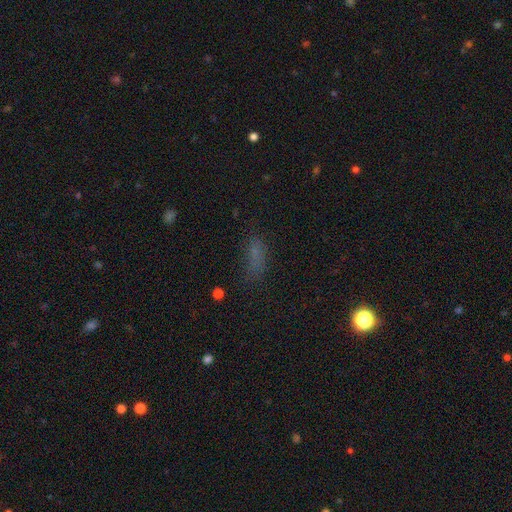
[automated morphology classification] Smooth or featured? Predicted: smooth (p=0.65). How rounded? Predicted: in between (p=0.67). Merging? Predicted: none (p=0.61).